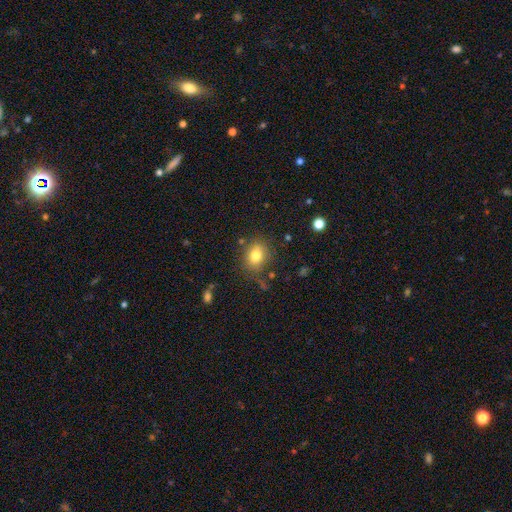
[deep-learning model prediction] Overall: smooth (79%). How rounded: in between (56%; round 43%). Merging: none (78%).